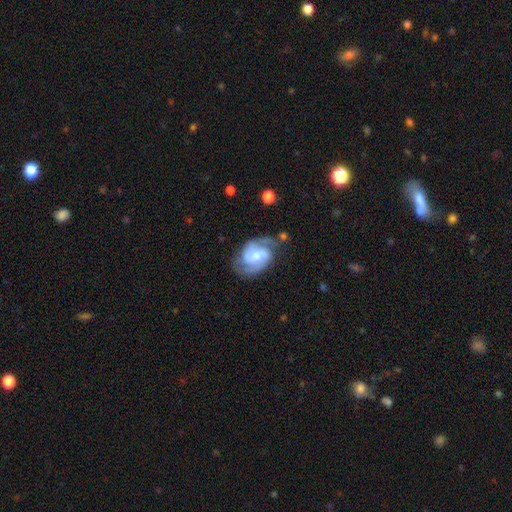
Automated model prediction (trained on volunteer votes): Morphology: type=featured or disk (85%); edge-on=no (98%); bar=no (45%, tied with weak); spiral arms=yes (97%); winding=medium (52%); arm count=2 (87%); bulge=small (44%); merging=none (65%).